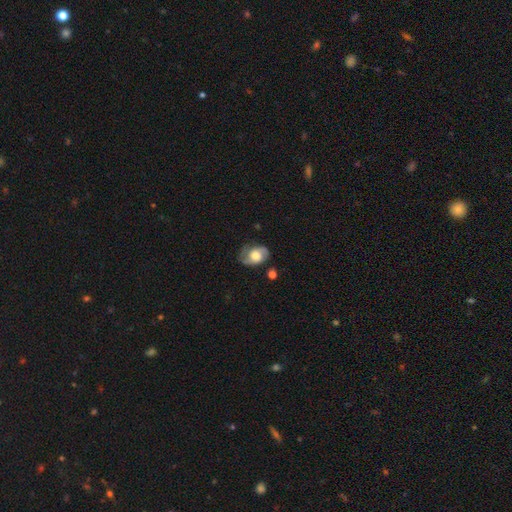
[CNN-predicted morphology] A featured or disk galaxy (55%) with no bar (75%), spiral arms (80%) and a moderate central bulge (53%). Merging: none (59%).